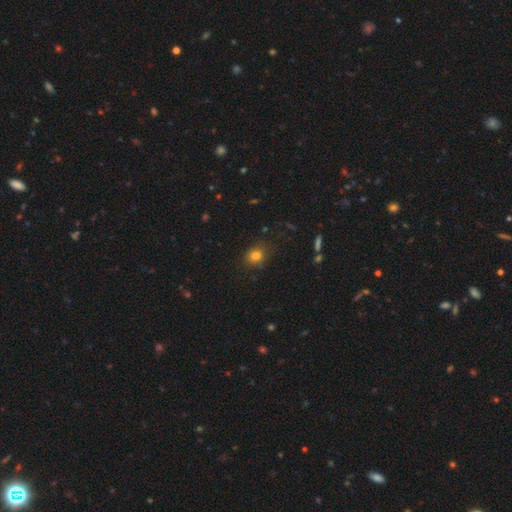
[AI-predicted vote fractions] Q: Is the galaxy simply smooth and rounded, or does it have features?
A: smooth — 81%.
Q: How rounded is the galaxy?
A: round — 65%.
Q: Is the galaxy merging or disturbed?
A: none — 81%.